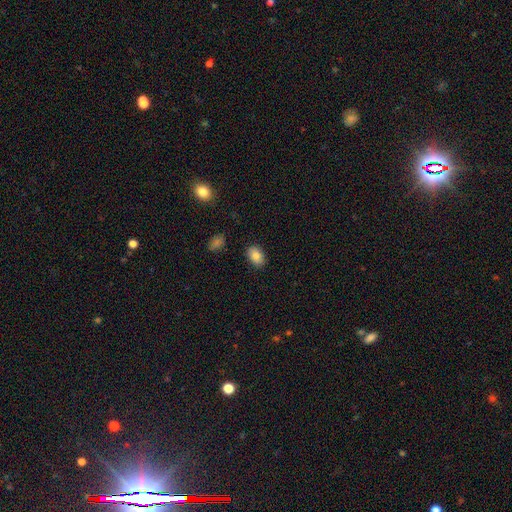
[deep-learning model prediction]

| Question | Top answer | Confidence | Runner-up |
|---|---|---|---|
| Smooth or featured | smooth | 84% | star or artifact (8%) |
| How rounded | in between | 84% | round (15%) |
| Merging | none | 87% | minor disturbance (10%) |